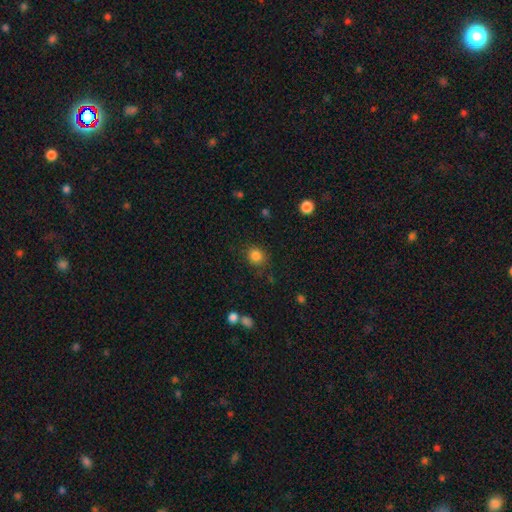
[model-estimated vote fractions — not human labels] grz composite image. It shows a smooth galaxy with no disk features (84%) that is round (79%). Merging: none (83%).